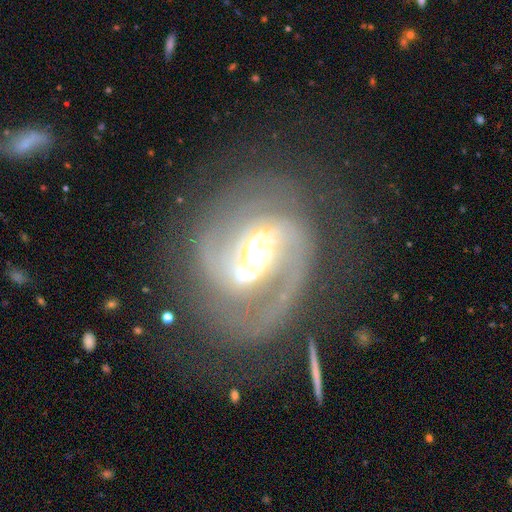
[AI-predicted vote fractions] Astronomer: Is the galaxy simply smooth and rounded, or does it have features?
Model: featured or disk — 88%.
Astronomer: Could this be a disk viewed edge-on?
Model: no — 98%.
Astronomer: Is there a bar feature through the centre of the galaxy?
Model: weak — 43% (runner-up: no, 34%).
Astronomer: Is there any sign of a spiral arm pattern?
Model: yes — 96%.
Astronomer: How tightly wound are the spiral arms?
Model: medium — 47% (runner-up: tight, 37%).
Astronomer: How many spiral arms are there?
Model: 2 — 68%.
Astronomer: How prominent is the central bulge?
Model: moderate — 57%.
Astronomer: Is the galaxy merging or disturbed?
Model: none — 54%.